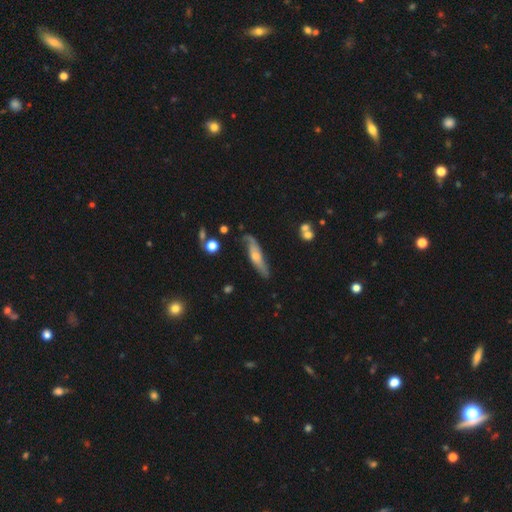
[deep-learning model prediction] smooth_or_featured: featured or disk (p=0.53) [alt: smooth p=0.41]
disk_edge_on: yes (p=0.55) [alt: no p=0.45]
merging: none (p=0.60) [alt: minor disturbance p=0.27]